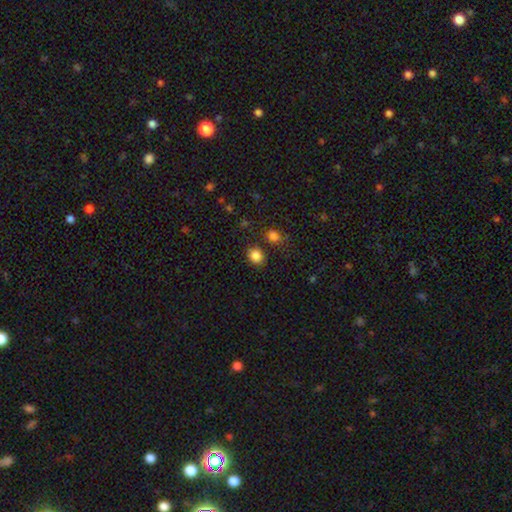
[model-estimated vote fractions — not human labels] Smooth or featured: smooth — 85% (star or artifact — 11%)
How rounded: round — 65% (in between — 34%)
Merging: none — 80% (minor disturbance — 10%)